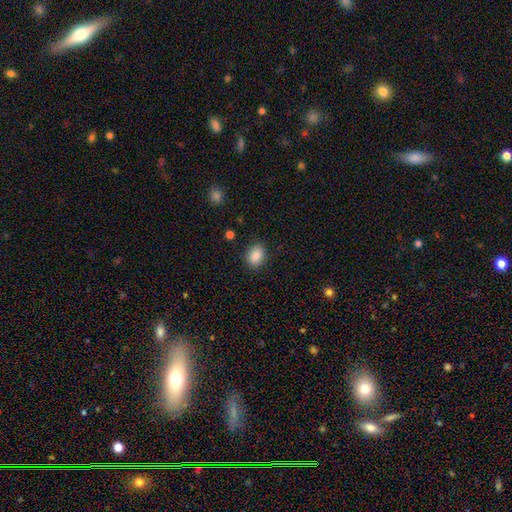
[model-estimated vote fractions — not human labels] A smooth galaxy with no disk features (88%) that is in between round and cigar-shaped (71%). Merging: none (87%).